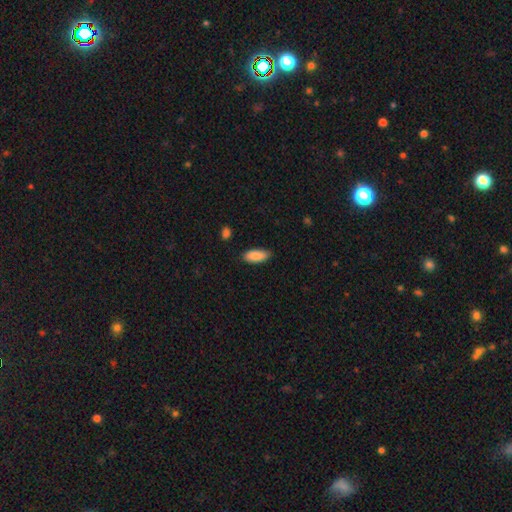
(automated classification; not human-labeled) smooth 89%, star or artifact 6%, featured or disk 5%. Down the decision tree: how rounded — in between (83%); merging — none (82%).